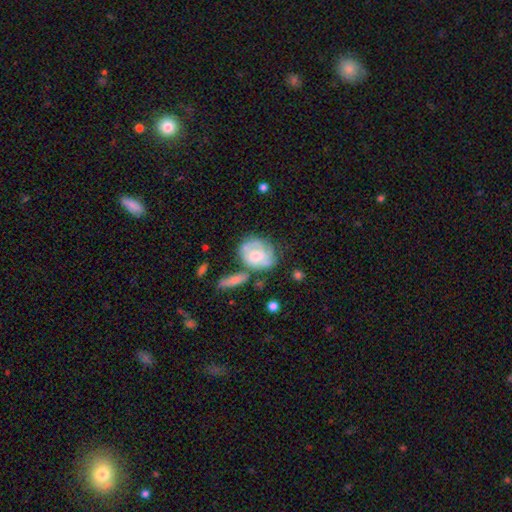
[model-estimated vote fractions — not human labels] Smooth or featured? Predicted: featured or disk (p=0.58). Edge-on disk? Predicted: no (p=0.96). Bar? Predicted: no (p=0.58). Spiral arms? Predicted: yes (p=0.71). Bulge size? Predicted: moderate (p=0.52). Merging? Predicted: none (p=0.47).